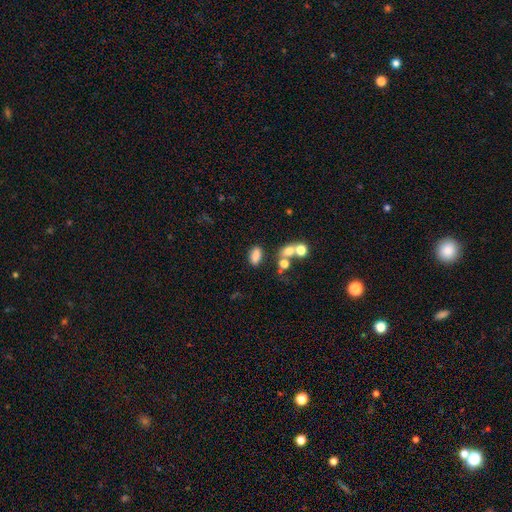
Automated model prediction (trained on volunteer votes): This is clearly a smooth galaxy (81%). How rounded: clearly in between (87%). Merging: likely none (70%).